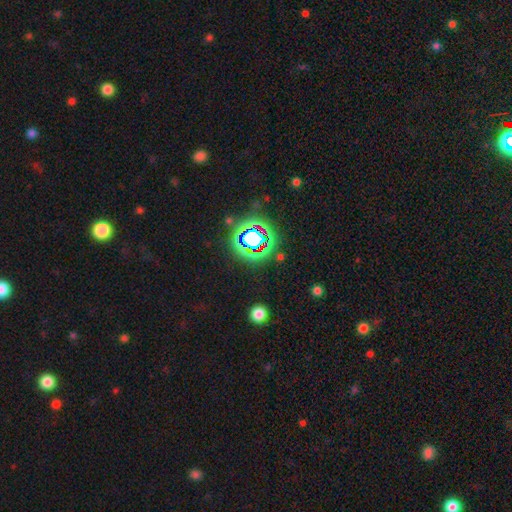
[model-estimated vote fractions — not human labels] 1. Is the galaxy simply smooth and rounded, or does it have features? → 80% star or artifact, 13% smooth, 7% featured or disk.